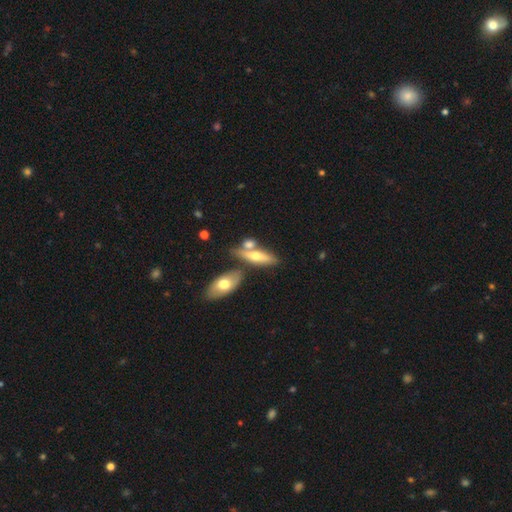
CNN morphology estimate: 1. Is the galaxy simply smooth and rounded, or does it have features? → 55% smooth, 38% featured or disk, 7% star or artifact.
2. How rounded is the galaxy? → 52% in between, 44% cigar-shaped, 4% round.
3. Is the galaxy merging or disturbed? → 51% none, 32% merger, 13% minor disturbance, 5% major disturbance.